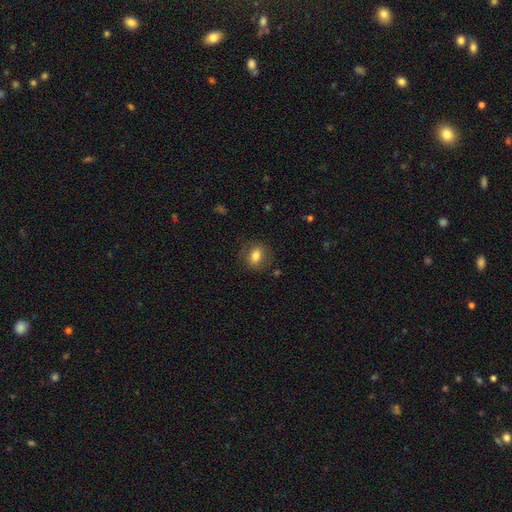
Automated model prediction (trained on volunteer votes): This appears to be a smooth galaxy with no disk features (76%) that is in between round and cigar-shaped (63%). Merging: none (79%).